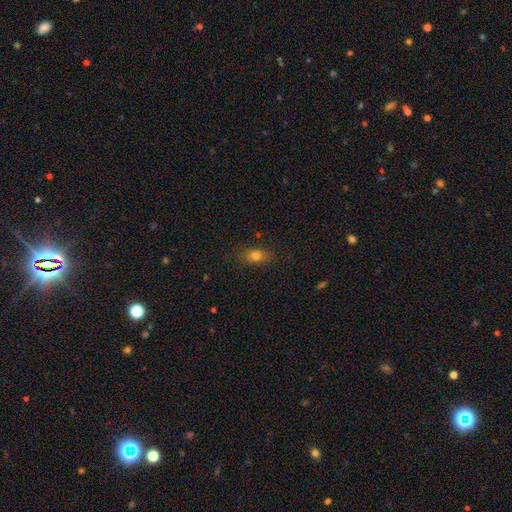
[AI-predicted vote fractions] Morphology: type=smooth (75%); roundness=in between (73%); merging=none (82%).